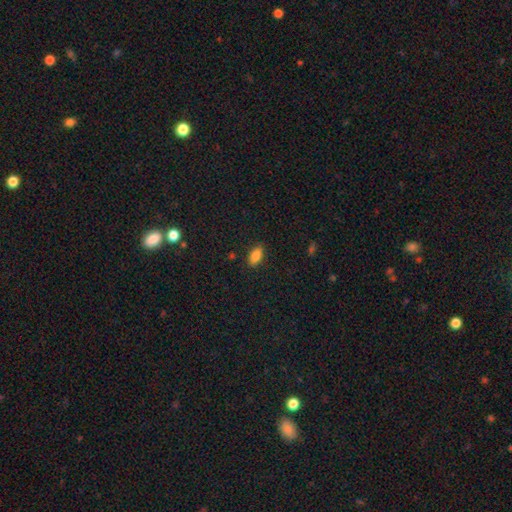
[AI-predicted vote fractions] A smooth galaxy with no disk features (86%) that is in between round and cigar-shaped (90%).

Vote fractions:
- Smooth or featured? smooth: 86% / star or artifact: 9% / featured or disk: 5%
- How rounded? in between: 90% / cigar-shaped: 6% / round: 3%
- Merging? none: 86% / minor disturbance: 10% / major disturbance: 2% / merger: 1%